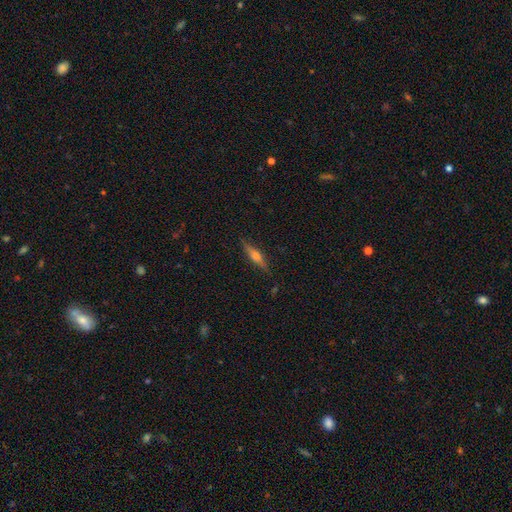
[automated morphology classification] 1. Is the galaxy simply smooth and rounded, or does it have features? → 64% featured or disk, 29% smooth, 7% star or artifact.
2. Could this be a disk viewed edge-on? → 97% yes, 3% no.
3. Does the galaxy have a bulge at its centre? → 88% rounded, 7% boxy, 4% none.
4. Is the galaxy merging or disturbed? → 88% none, 9% minor disturbance, 2% major disturbance, 1% merger.